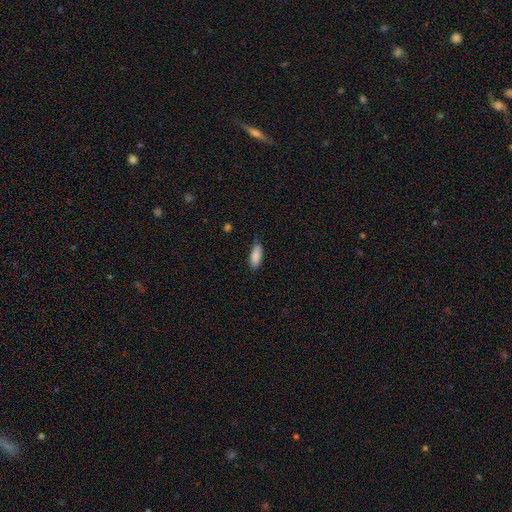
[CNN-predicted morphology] Q: Smooth or featured?
A: smooth (89%); runner-up: star or artifact (6%)
Q: How rounded?
A: in between (75%); runner-up: cigar-shaped (23%)
Q: Merging?
A: none (80%); runner-up: minor disturbance (16%)